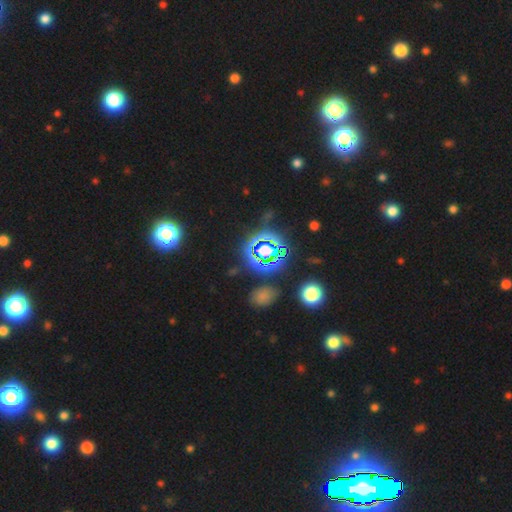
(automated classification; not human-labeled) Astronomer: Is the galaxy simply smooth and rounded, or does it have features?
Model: star or artifact — 72%.